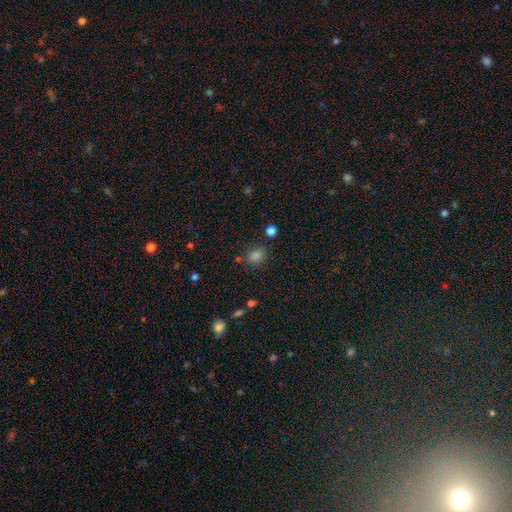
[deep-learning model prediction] This appears to be a smooth galaxy with no disk features (77%) that is round (51%). Merging: none (77%).